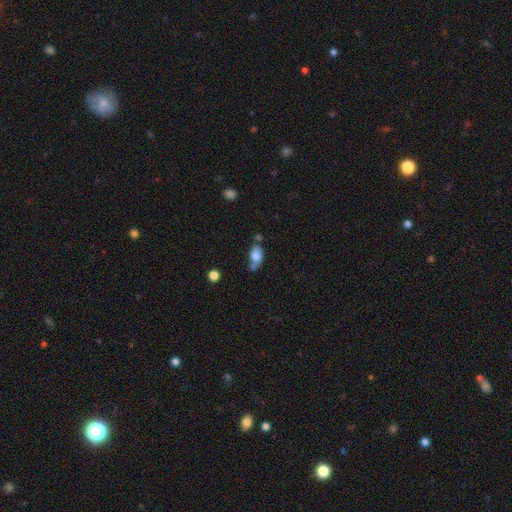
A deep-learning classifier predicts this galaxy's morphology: Overall: smooth (76%). How rounded: in between (85%). Merging: none (40%; merger 30%).